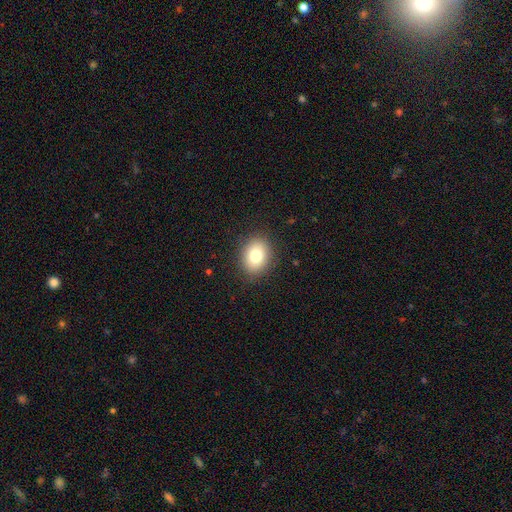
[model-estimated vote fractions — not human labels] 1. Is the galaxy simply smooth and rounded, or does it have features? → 78% smooth, 11% featured or disk, 10% star or artifact.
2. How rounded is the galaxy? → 56% in between, 43% round, 1% cigar-shaped.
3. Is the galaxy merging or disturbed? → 88% none, 8% minor disturbance, 3% major disturbance, 1% merger.